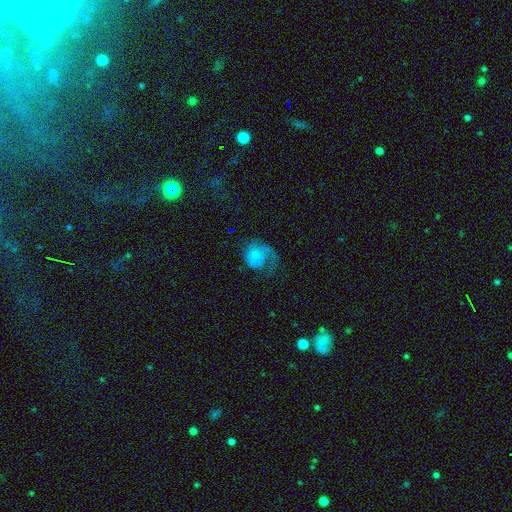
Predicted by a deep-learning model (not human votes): Morphology: type=featured or disk (59%); edge-on=no (98%); bar=no (75%); spiral arms=yes (84%); bulge=small (40%); merging=major disturbance (45%).